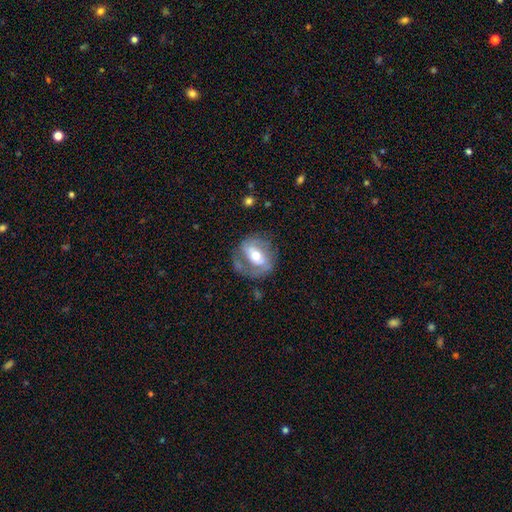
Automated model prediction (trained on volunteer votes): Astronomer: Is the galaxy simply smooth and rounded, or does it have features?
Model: featured or disk — 68%.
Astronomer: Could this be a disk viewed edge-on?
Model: no — 95%.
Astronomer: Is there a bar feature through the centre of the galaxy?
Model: weak — 36% (runner-up: strong, 32%).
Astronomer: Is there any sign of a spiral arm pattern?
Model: yes — 71%.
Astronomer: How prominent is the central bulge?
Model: moderate — 73%.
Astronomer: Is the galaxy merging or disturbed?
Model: none — 59%.